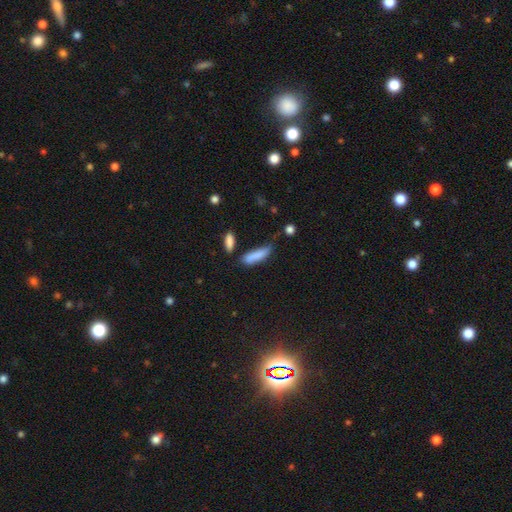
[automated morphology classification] Overall: smooth (82%). How rounded: cigar-shaped (63%; in between 35%). Merging: none (49%; minor disturbance 32%).